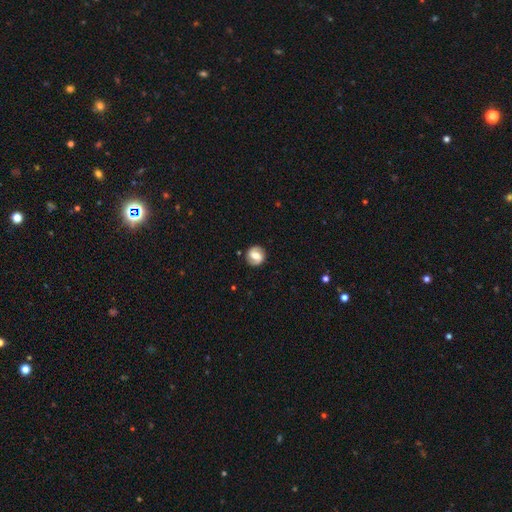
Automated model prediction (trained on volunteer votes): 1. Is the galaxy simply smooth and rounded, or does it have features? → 56% featured or disk, 37% smooth, 8% star or artifact.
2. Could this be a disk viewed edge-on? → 97% no, 3% yes.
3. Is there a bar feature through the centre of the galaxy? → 45% weak, 30% strong, 26% no.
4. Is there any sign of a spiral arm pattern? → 81% yes, 19% no.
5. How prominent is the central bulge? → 61% moderate, 18% large, 15% small, 3% none, 2% dominant.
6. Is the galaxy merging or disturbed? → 86% none, 9% minor disturbance, 3% major disturbance, 1% merger.